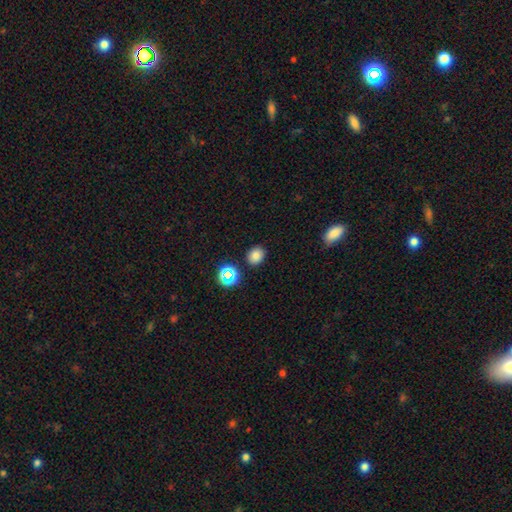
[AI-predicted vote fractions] Overall: smooth (79%). How rounded: round (58%; in between 41%). Merging: none (86%).